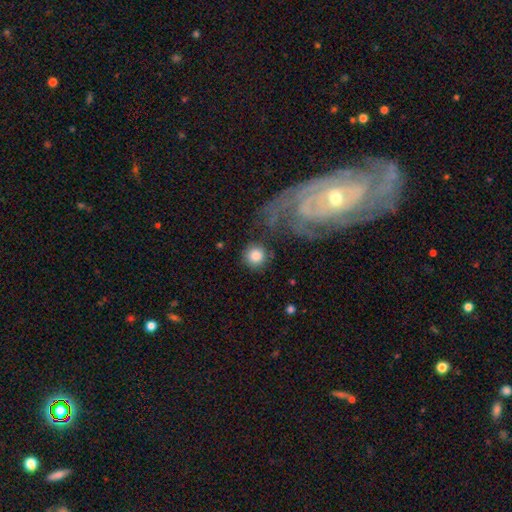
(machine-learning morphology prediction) type=smooth (81%); roundness=round (95%); merging=none (77%).